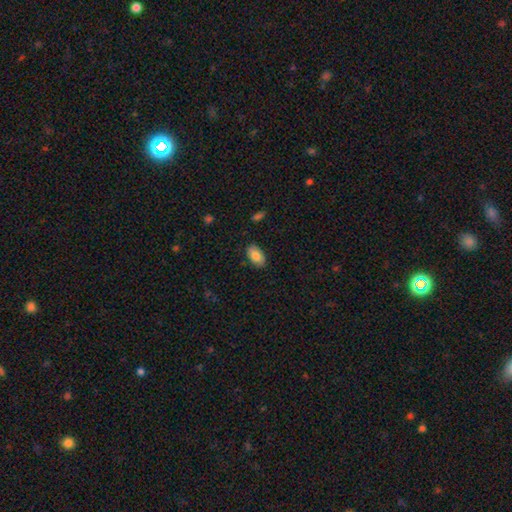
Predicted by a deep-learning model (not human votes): The model was most divided on "smooth or featured": smooth: 81%, featured or disk: 12%, star or artifact: 7%. More confident: how rounded — in between (94%); merging — none (85%).